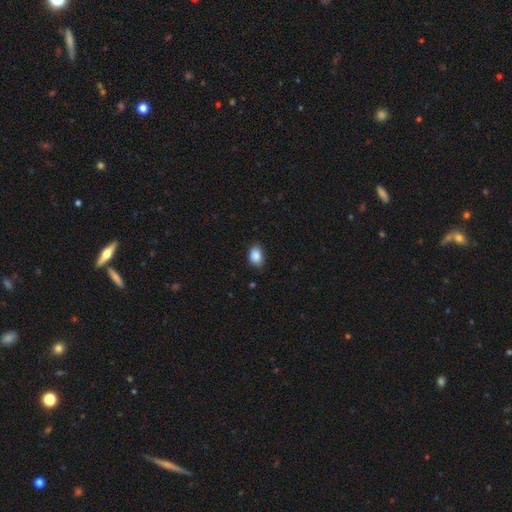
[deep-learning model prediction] This appears to be a smooth galaxy with no disk features (89%) that is in between round and cigar-shaped (80%). Merging: none (81%).